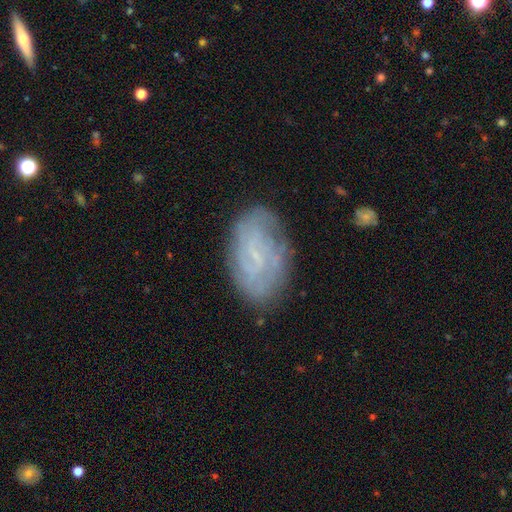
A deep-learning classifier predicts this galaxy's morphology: smooth-or-featured: featured or disk: 64% | smooth: 26% | star or artifact: 10%
  disk-edge-on: no: 96% | yes: 4%
    bar: no: 52% | weak: 39% | strong: 9%
    has-spiral-arms: yes: 83% | no: 17%
      spiral-winding: tight: 59% | medium: 29% | loose: 11%
      spiral-arm-count: can't tell: 50% | 2: 21% | 3: 11% | 4: 7% | more than 4: 5% | 1: 5%
    bulge-size: small: 65% | none: 25% | moderate: 9% | large: 1% | dominant: 1%
  merging: none: 76% | minor disturbance: 17% | major disturbance: 5% | merger: 2%